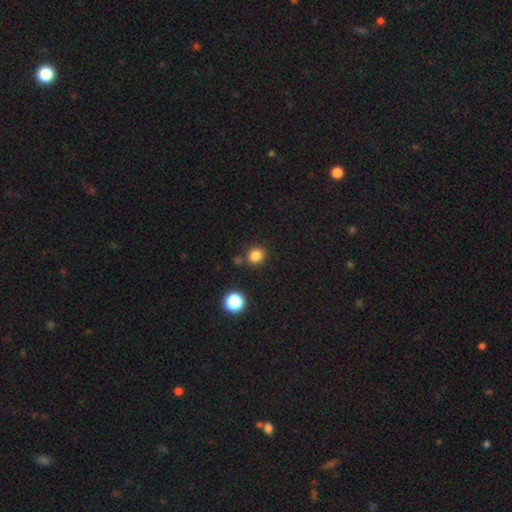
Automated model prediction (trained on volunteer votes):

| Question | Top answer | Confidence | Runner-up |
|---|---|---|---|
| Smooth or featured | smooth | 82% | star or artifact (14%) |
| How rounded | round | 88% | in between (11%) |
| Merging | none | 83% | minor disturbance (8%) |